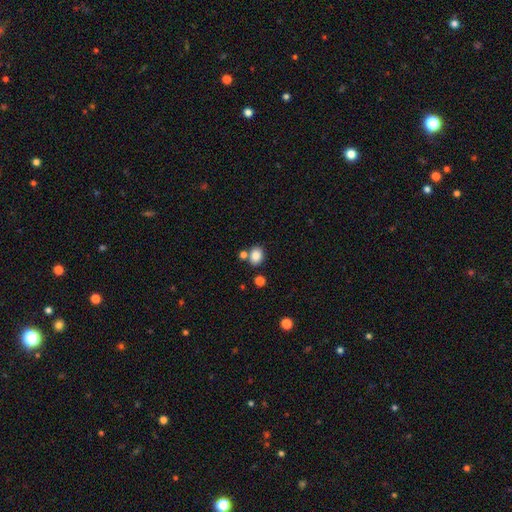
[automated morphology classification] Smooth or featured? smooth (85%)
How rounded? in between (62%)
Merging? none (71%)